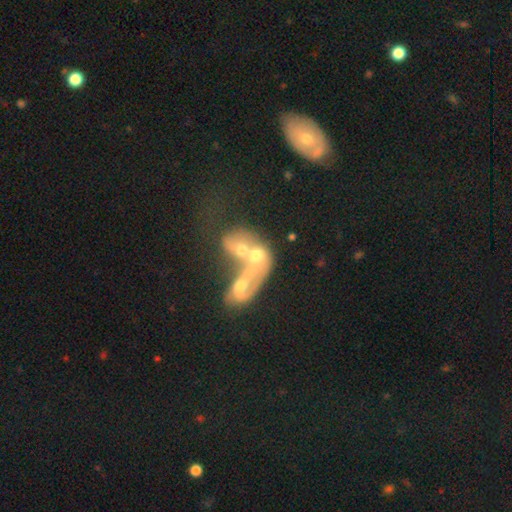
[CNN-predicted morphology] smooth-or-featured: featured or disk: 46% | smooth: 43% | star or artifact: 11%
  merging: merger: 80% | major disturbance: 9% | none: 7% | minor disturbance: 4%